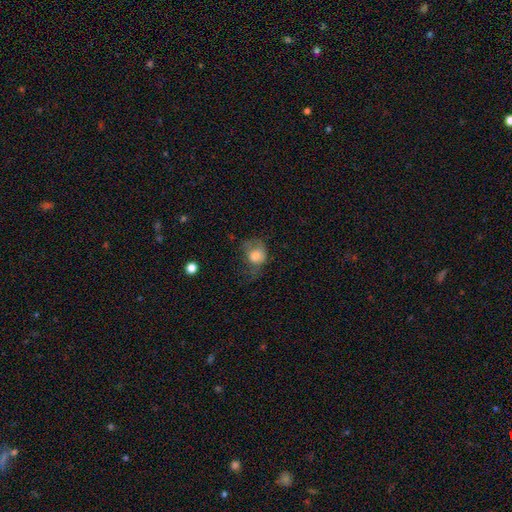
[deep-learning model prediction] smooth 73%, featured or disk 17%, star or artifact 9%. Down the decision tree: how rounded — round (60%); merging — major disturbance (41%).